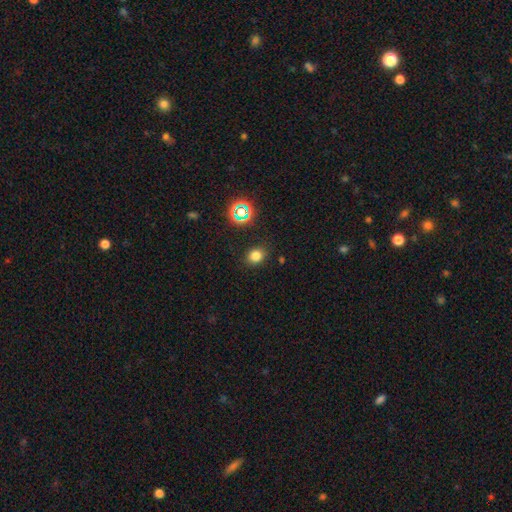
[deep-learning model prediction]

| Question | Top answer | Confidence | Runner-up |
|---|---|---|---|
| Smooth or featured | smooth | 76% | star or artifact (18%) |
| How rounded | round | 61% | in between (38%) |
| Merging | none | 85% | minor disturbance (10%) |